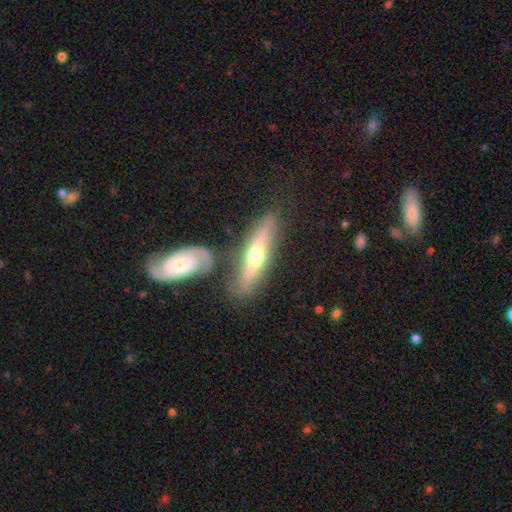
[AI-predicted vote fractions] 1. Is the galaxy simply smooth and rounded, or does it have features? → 61% featured or disk, 34% smooth, 5% star or artifact.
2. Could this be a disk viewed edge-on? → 81% yes, 19% no.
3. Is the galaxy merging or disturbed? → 73% none, 13% minor disturbance, 10% merger, 4% major disturbance.